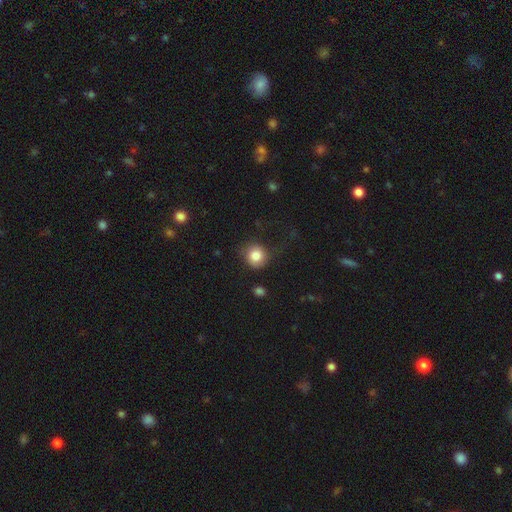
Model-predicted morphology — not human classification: This appears to be a smooth galaxy with no disk features (83%) that is round (88%). Merging: none (71%).